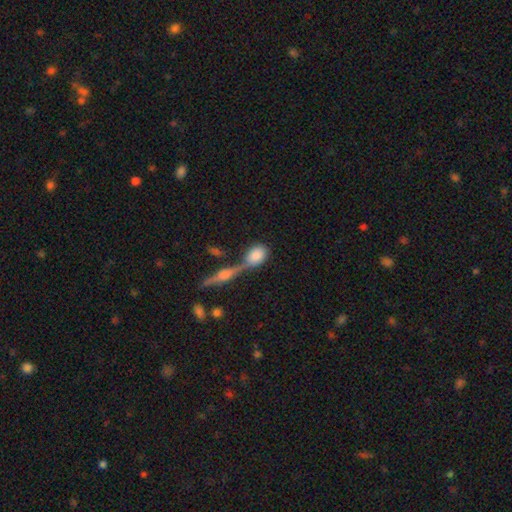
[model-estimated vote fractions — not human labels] A smooth galaxy with no disk features (74%) that is in between round and cigar-shaped (63%).

Vote fractions:
- Smooth or featured? smooth: 74% / featured or disk: 17% / star or artifact: 9%
- How rounded? in between: 63% / round: 31% / cigar-shaped: 5%
- Merging? merger: 42% / none: 38% / minor disturbance: 13% / major disturbance: 7%